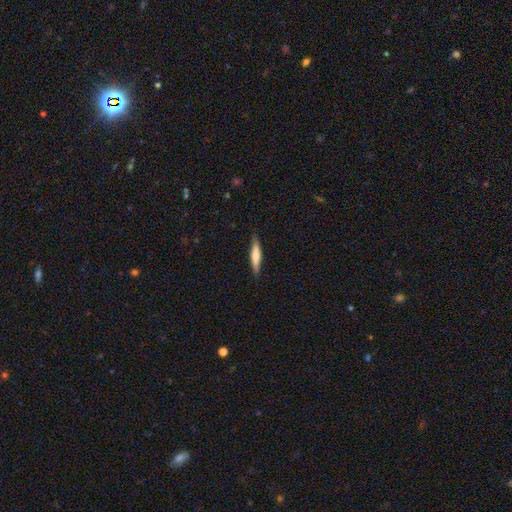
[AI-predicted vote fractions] This appears to be a smooth galaxy with no disk features (57%) that is cigar-shaped (86%). Merging: none (87%).